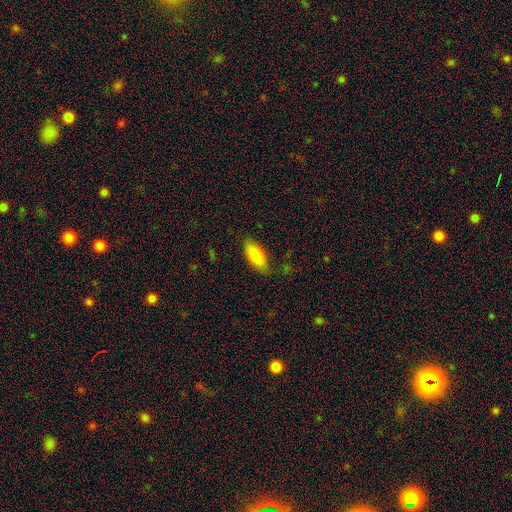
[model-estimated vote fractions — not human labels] Smooth or featured?
  - smooth: 84% *
  - featured or disk: 10%
  - star or artifact: 6%
How rounded?
  - in between: 85% *
  - cigar-shaped: 13%
  - round: 2%
Merging?
  - none: 79% *
  - minor disturbance: 16%
  - major disturbance: 4%
  - merger: 1%